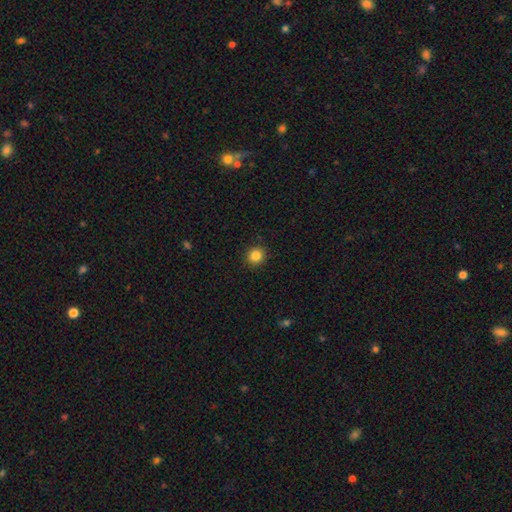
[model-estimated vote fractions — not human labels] Smooth or featured? smooth (86%)
How rounded? round (92%)
Merging? none (92%)